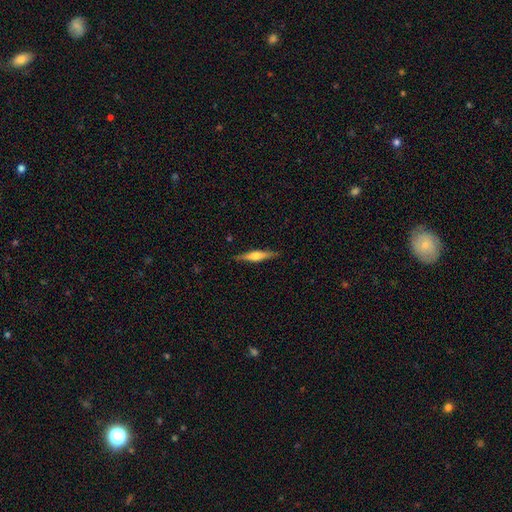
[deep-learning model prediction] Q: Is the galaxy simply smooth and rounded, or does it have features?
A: featured or disk — 62%.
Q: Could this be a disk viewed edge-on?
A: yes — 97%.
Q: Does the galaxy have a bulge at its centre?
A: rounded — 89%.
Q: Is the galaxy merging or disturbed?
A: none — 89%.